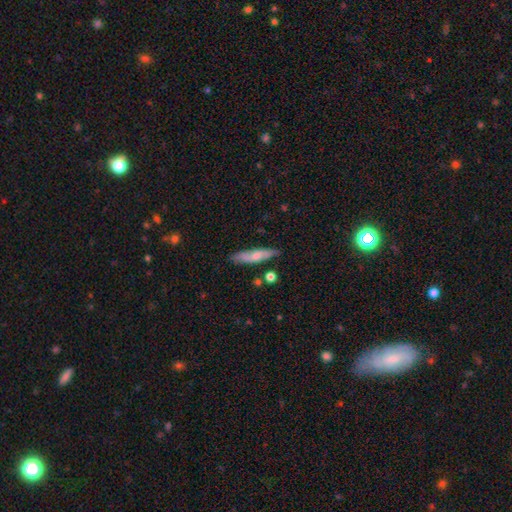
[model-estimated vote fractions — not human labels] Smooth or featured? smooth (55%)
How rounded? cigar-shaped (79%)
Merging? none (78%)